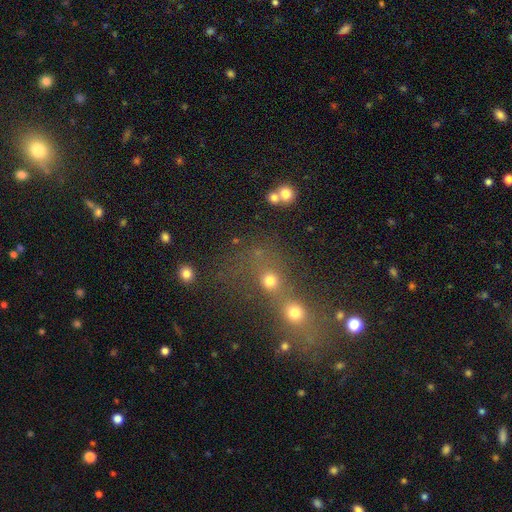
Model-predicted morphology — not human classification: Smooth or featured? Predicted: smooth (p=0.44). Merging? Predicted: merger (p=0.66).